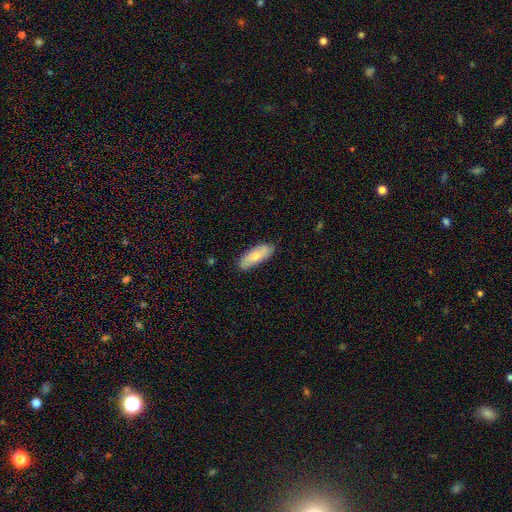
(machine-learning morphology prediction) A smooth galaxy with no disk features (78%) that is in between round and cigar-shaped (69%). Merging: none (84%).